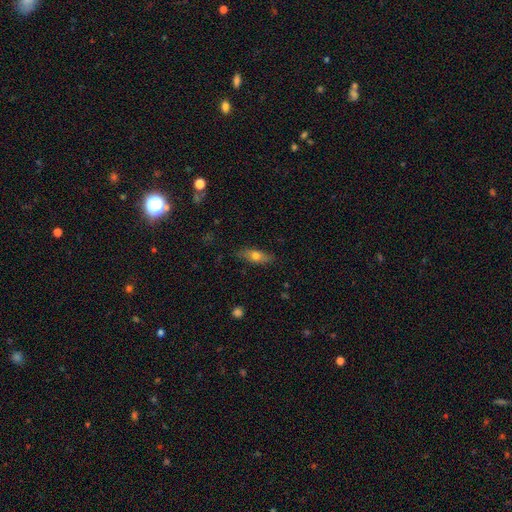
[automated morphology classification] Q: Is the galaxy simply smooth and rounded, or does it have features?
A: smooth — 64%.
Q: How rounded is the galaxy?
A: in between — 62%.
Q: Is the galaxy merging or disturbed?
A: none — 84%.